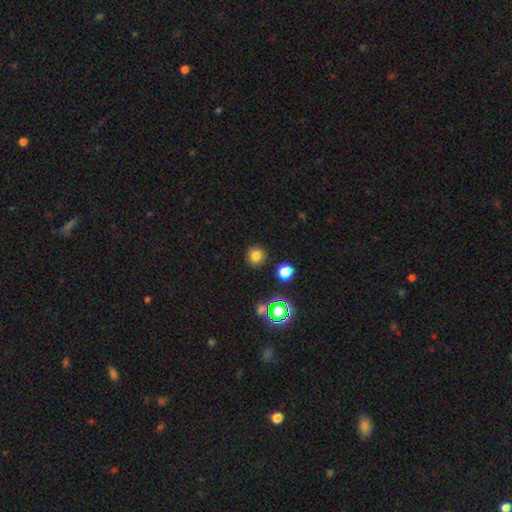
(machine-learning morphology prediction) smooth 75%, star or artifact 18%, featured or disk 6%. Down the decision tree: how rounded — round (93%); merging — none (89%).